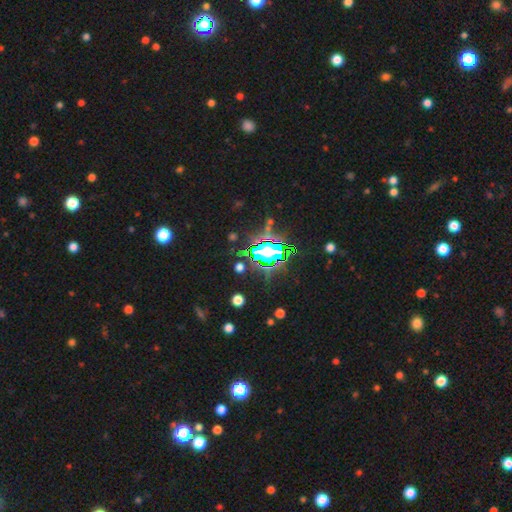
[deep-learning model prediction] A star or artifact, not a galaxy (83%).